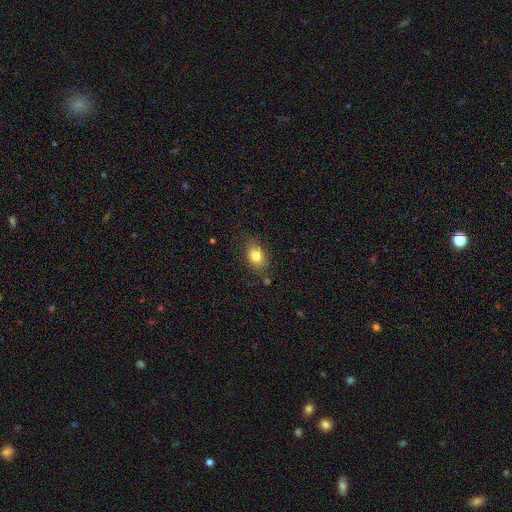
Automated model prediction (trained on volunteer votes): This is clearly a smooth galaxy (81%). How rounded: likely in between (75%). Merging: likely none (78%).